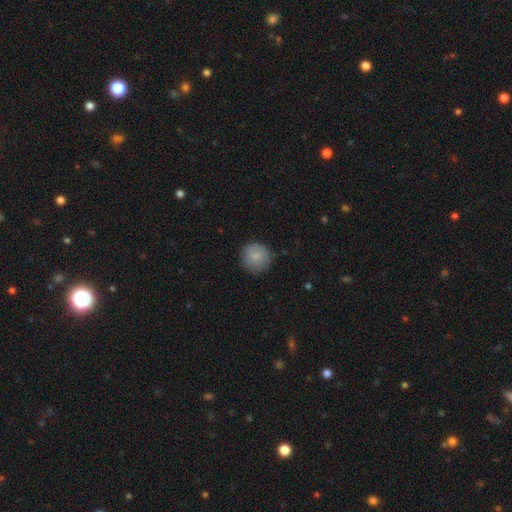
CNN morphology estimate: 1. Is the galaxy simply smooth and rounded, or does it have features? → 84% smooth, 9% featured or disk, 7% star or artifact.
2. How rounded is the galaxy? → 93% round, 6% in between, 1% cigar-shaped.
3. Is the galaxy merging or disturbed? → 84% none, 12% minor disturbance, 3% major disturbance, 1% merger.